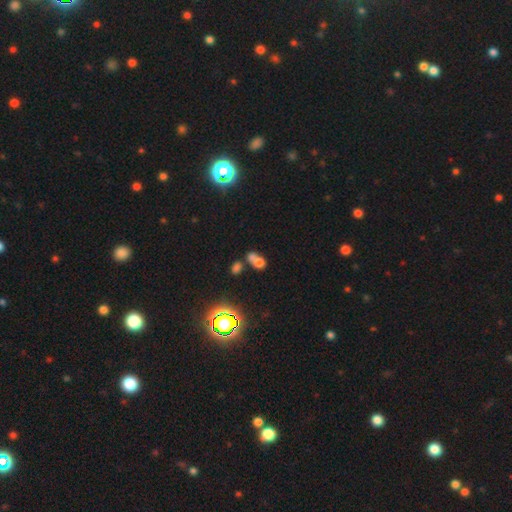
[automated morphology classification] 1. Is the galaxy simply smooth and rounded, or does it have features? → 61% star or artifact, 28% smooth, 11% featured or disk.